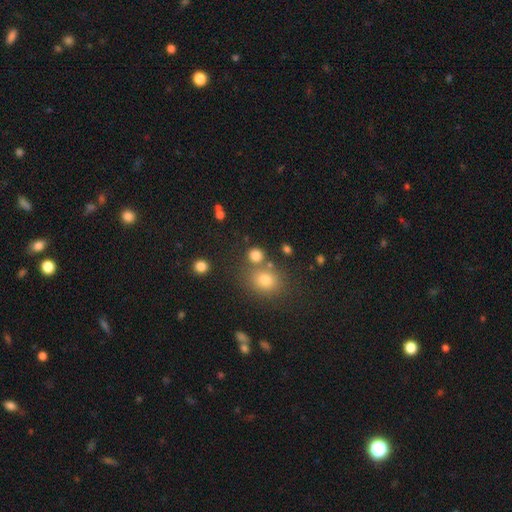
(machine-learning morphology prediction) Smooth or featured? smooth (78%)
How rounded? round (81%)
Merging? none (69%)